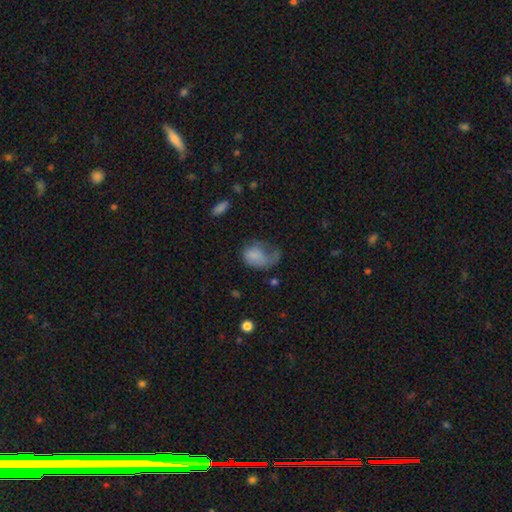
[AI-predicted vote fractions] Morphology: type=smooth (70%); roundness=in between (72%); merging=major disturbance (53%).